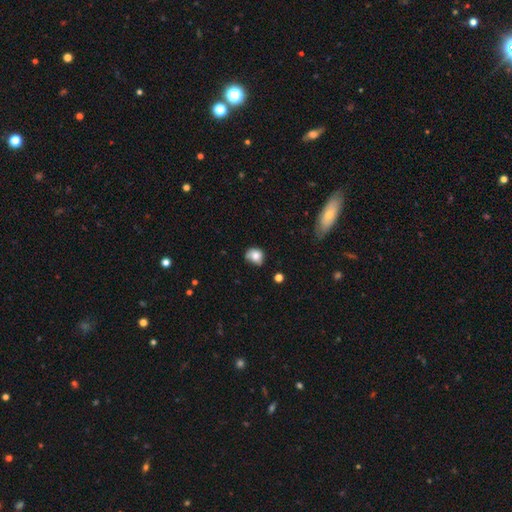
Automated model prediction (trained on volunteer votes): Morphology: type=smooth (76%); roundness=round (63%); merging=none (46%).